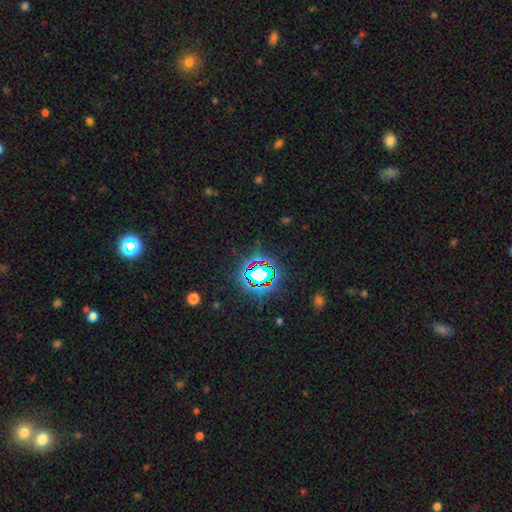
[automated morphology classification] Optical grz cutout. It shows a star or artifact, not a galaxy (81%).